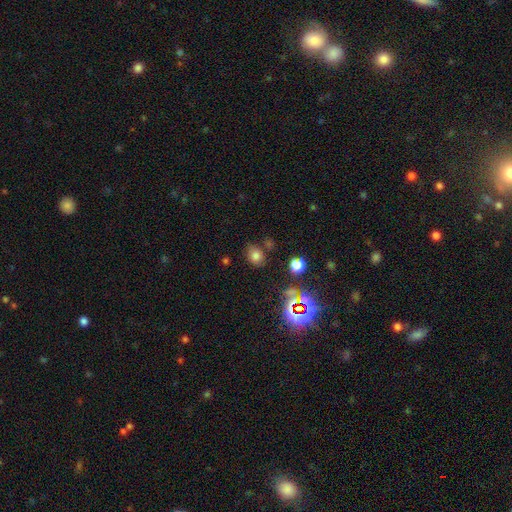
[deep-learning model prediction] Smooth or featured? smooth (69%)
How rounded? round (57%)
Merging? none (74%)